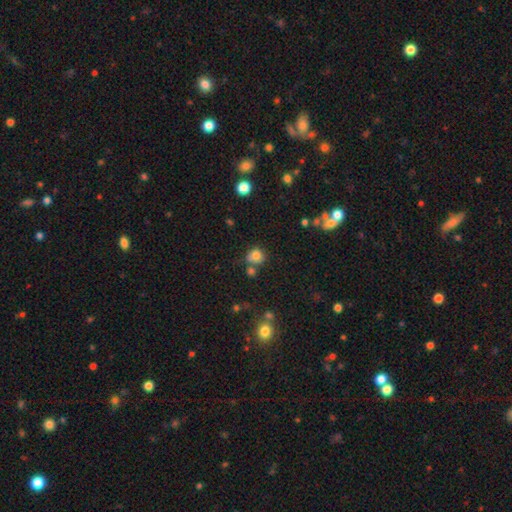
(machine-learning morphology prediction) Overall: smooth (78%). How rounded: round (80%). Merging: none (60%).